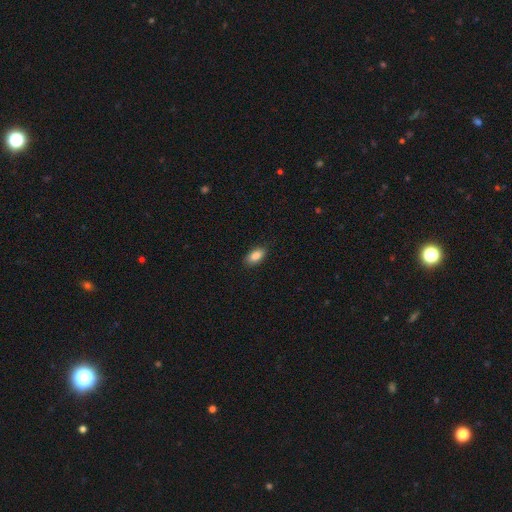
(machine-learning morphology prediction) This is clearly a smooth galaxy (87%). How rounded: clearly in between (92%). Merging: clearly none (88%).